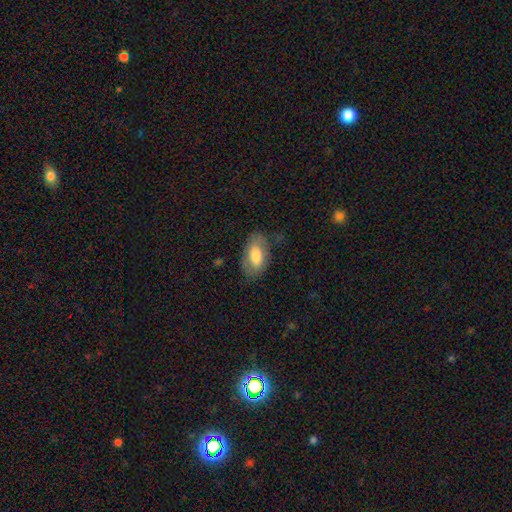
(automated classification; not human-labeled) This is likely a smooth galaxy (70%). How rounded: clearly in between (92%). Merging: likely none (68%).